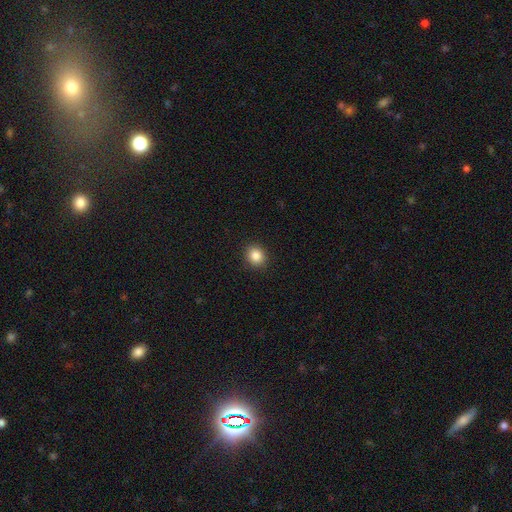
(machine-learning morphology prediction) Overall: smooth (86%). How rounded: round (76%). Merging: none (91%).